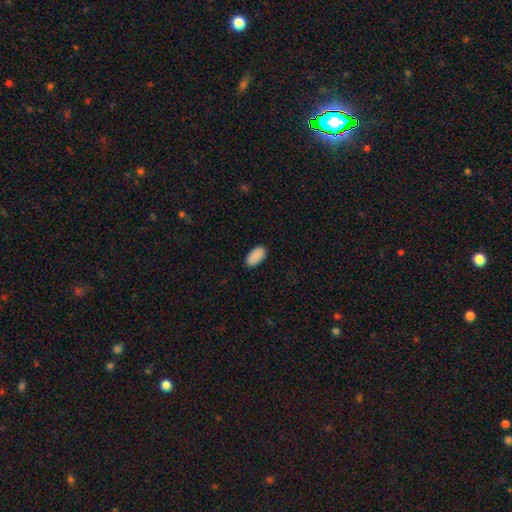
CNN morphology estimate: smooth-or-featured: smooth: 91% | star or artifact: 7% | featured or disk: 3%
  how-rounded: in between: 95% | cigar-shaped: 3% | round: 2%
  merging: none: 89% | minor disturbance: 8% | major disturbance: 2% | merger: 1%